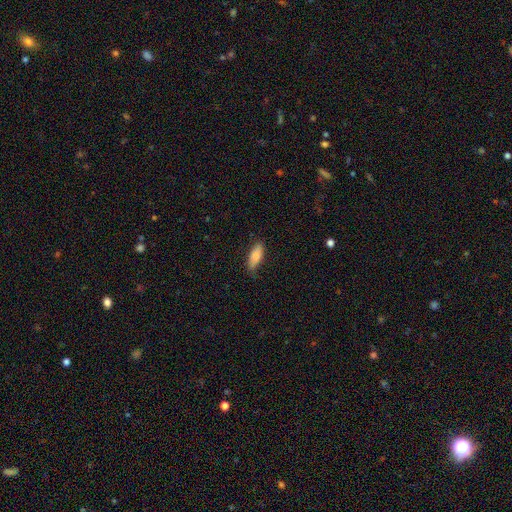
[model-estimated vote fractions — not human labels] smooth 84%, featured or disk 10%, star or artifact 6%. Down the decision tree: how rounded — in between (64%); merging — none (79%).